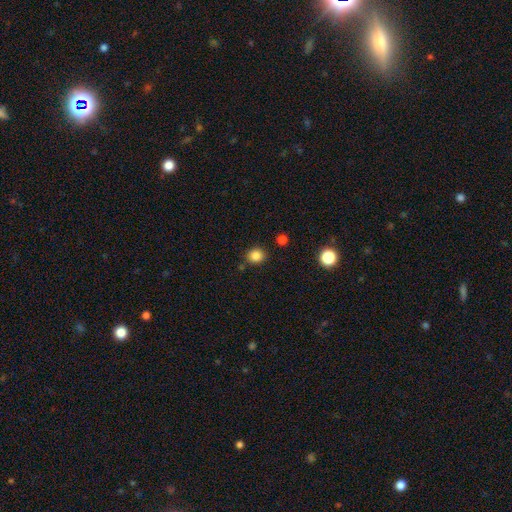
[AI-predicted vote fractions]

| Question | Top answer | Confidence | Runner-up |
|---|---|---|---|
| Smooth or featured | smooth | 85% | star or artifact (11%) |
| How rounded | round | 78% | in between (21%) |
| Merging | none | 83% | minor disturbance (10%) |